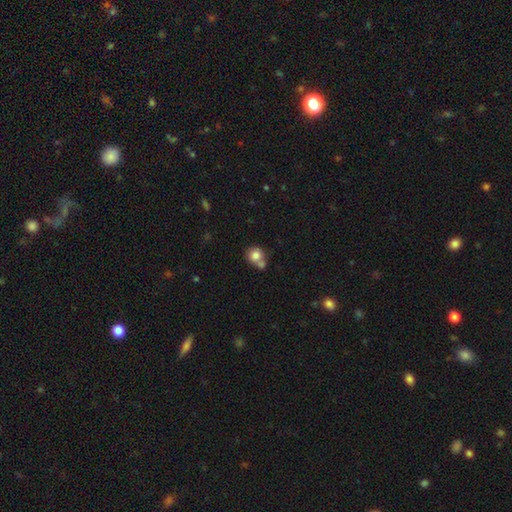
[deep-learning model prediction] Q: Smooth or featured?
A: smooth (80%); runner-up: featured or disk (10%)
Q: How rounded?
A: round (84%); runner-up: in between (15%)
Q: Merging?
A: none (45%); runner-up: merger (40%)